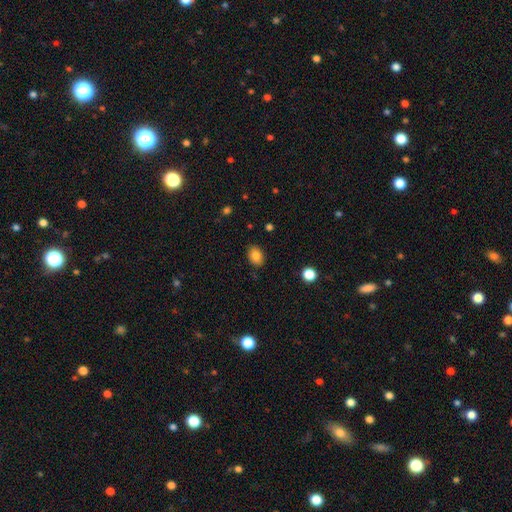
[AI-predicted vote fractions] Q: Smooth or featured?
A: smooth (84%); runner-up: star or artifact (9%)
Q: How rounded?
A: in between (75%); runner-up: round (24%)
Q: Merging?
A: none (86%); runner-up: minor disturbance (10%)